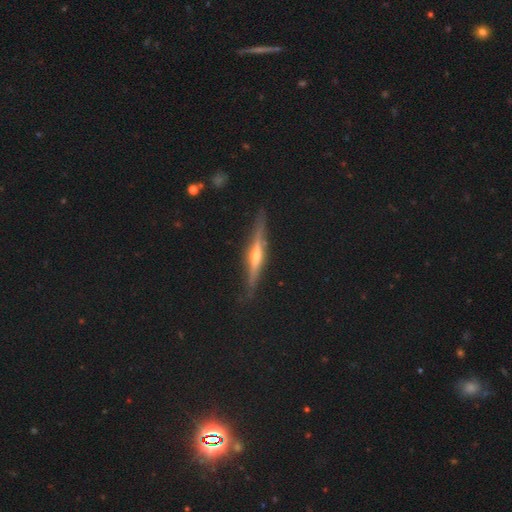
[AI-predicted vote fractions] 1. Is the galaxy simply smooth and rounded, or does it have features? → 77% featured or disk, 16% smooth, 6% star or artifact.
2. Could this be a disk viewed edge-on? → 97% yes, 3% no.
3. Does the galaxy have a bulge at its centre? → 81% rounded, 12% none, 7% boxy.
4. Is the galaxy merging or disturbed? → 86% none, 10% minor disturbance, 2% major disturbance, 1% merger.